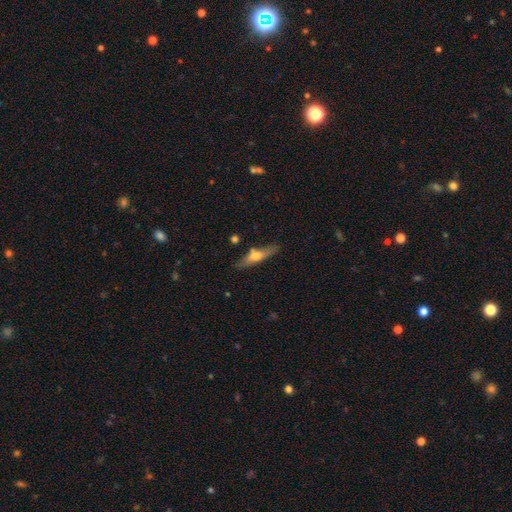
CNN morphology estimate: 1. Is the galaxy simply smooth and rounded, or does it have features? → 51% featured or disk, 43% smooth, 6% star or artifact.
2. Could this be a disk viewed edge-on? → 90% yes, 10% no.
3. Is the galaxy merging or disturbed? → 77% none, 14% minor disturbance, 5% merger, 3% major disturbance.